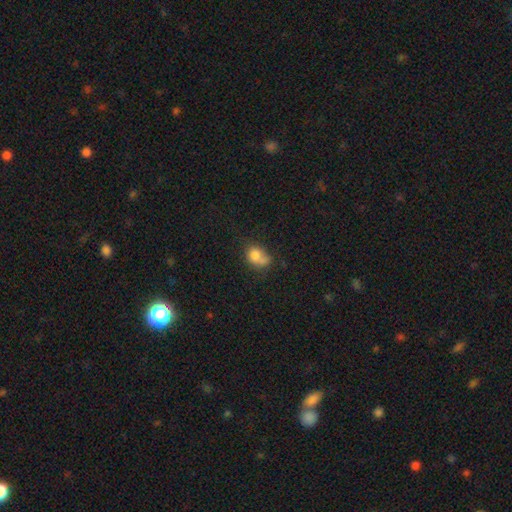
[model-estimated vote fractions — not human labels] This is likely a smooth galaxy (77%). How rounded: possibly in between (49%, tied with round). Merging: marginally none (34%).